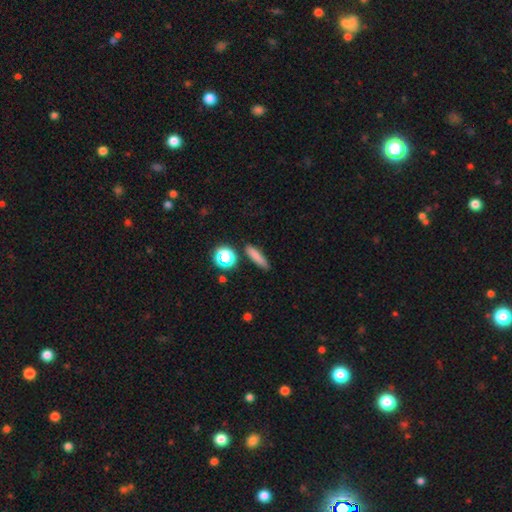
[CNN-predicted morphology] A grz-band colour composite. It shows a smooth galaxy with no disk features (78%) that is cigar-shaped (76%). Merging: none (84%).